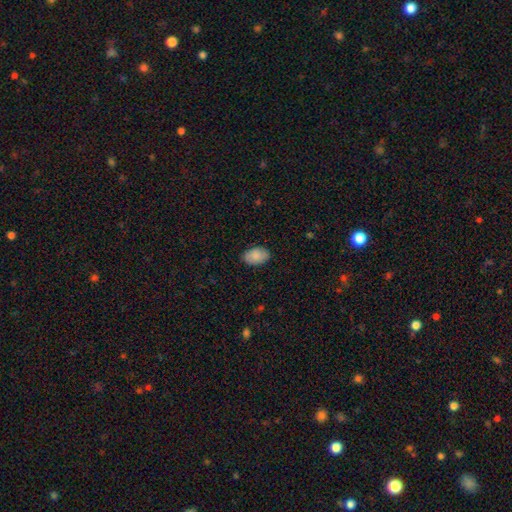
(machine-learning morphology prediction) The model was most divided on "merging": none: 86%, minor disturbance: 11%, major disturbance: 2%, merger: 1%. More confident: how rounded — in between (90%); smooth or featured — smooth (87%).